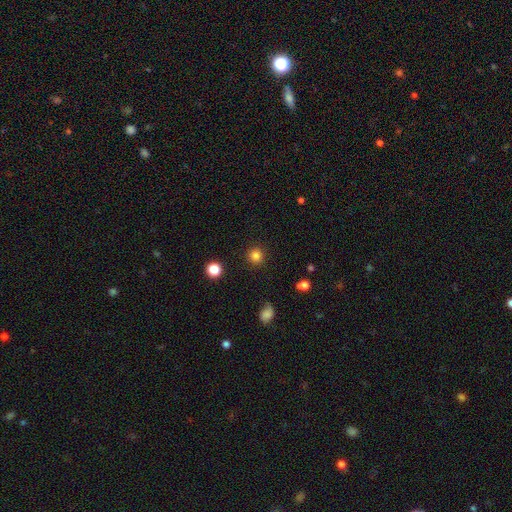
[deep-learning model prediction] smooth-or-featured: smooth: 84% | star or artifact: 12% | featured or disk: 4%
  how-rounded: round: 94% | in between: 5% | cigar-shaped: 1%
  merging: none: 91% | minor disturbance: 6% | major disturbance: 2% | merger: 1%